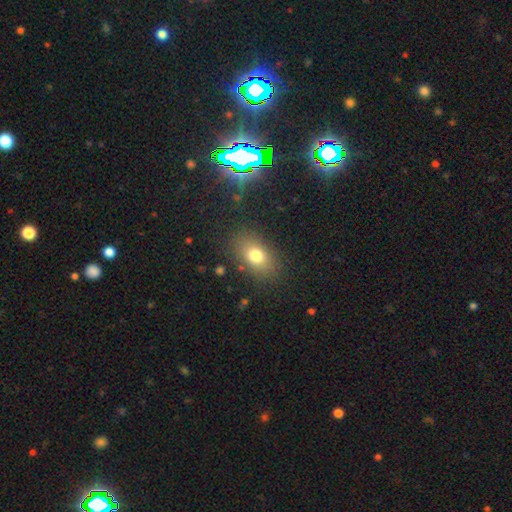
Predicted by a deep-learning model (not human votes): Smooth or featured?
  - smooth: 76% *
  - featured or disk: 13%
  - star or artifact: 11%
How rounded?
  - in between: 80% *
  - round: 18%
  - cigar-shaped: 2%
Merging?
  - none: 83% *
  - minor disturbance: 11%
  - major disturbance: 5%
  - merger: 2%